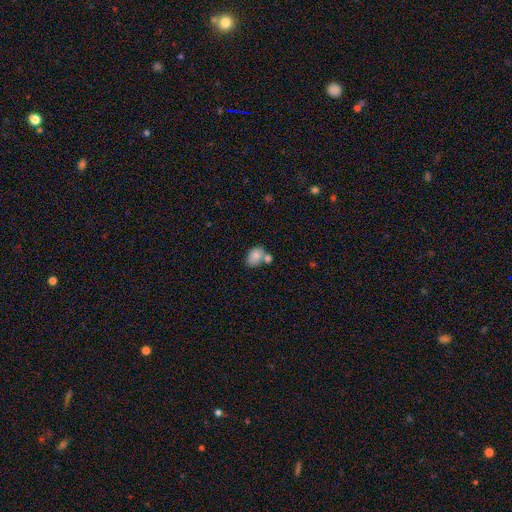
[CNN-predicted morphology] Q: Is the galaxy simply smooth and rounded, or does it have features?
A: smooth — 81%.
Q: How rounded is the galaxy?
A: in between — 77%.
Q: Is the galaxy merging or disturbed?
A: merger — 40%.